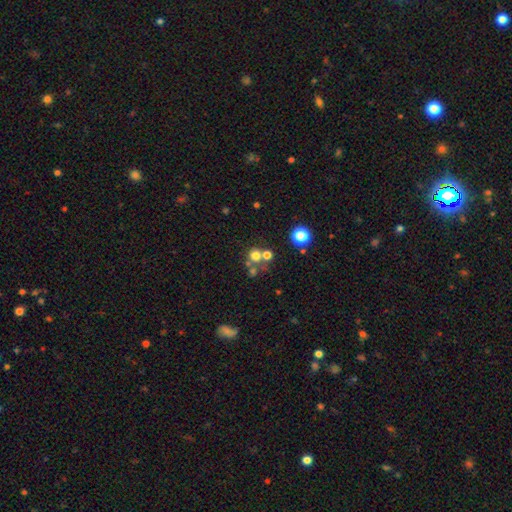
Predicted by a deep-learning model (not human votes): This is likely a smooth galaxy (68%). How rounded: clearly round (89%). Merging: possibly none (55%).